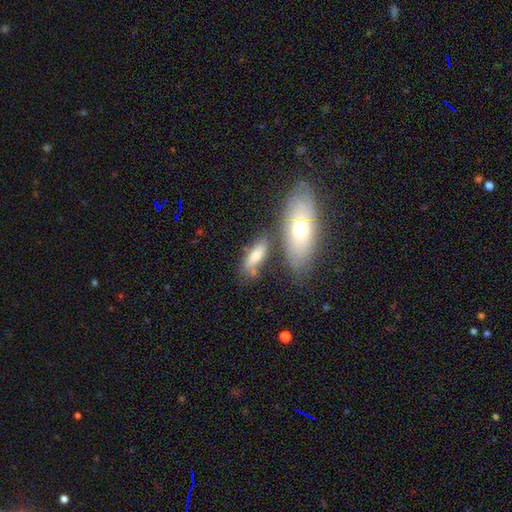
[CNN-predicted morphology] type=smooth (72%); roundness=in between (66%); merging=none (60%).